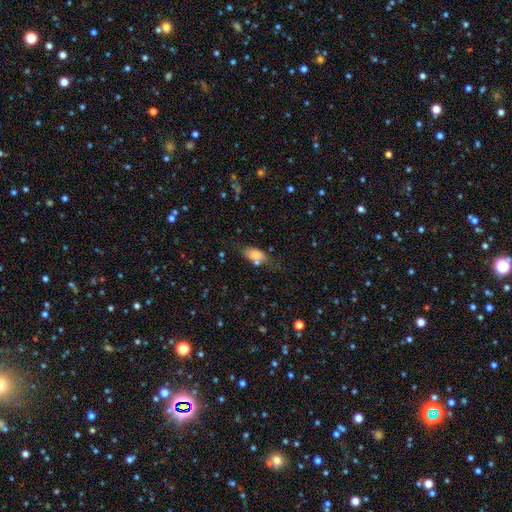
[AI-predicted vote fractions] Overall: smooth (75%). How rounded: in between (86%). Merging: none (56%; minor disturbance 23%).